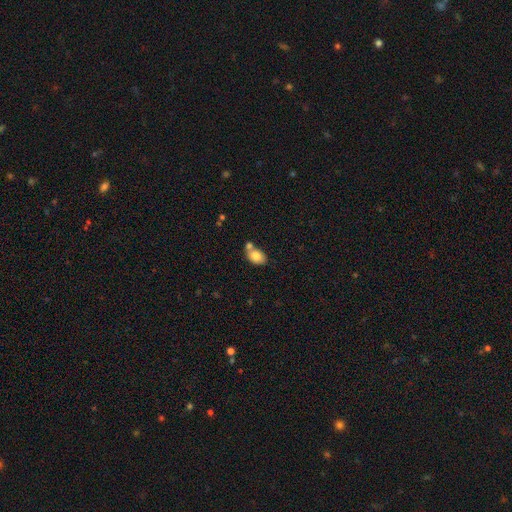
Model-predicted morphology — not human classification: Smooth or featured? Predicted: smooth (p=0.80). How rounded? Predicted: in between (p=0.79). Merging? Predicted: none (p=0.47).